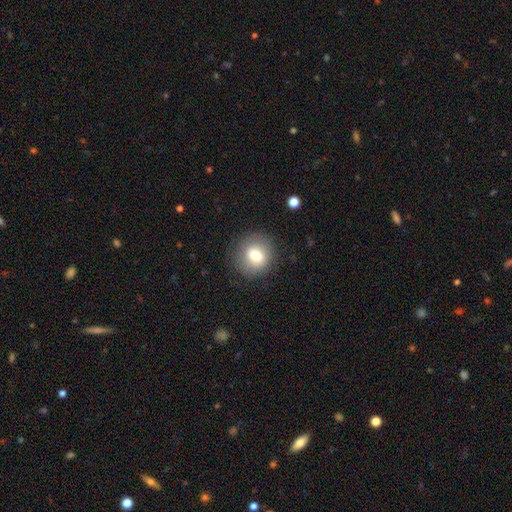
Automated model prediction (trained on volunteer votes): This appears to be a smooth galaxy with no disk features (73%) that is round (83%). Merging: none (84%).